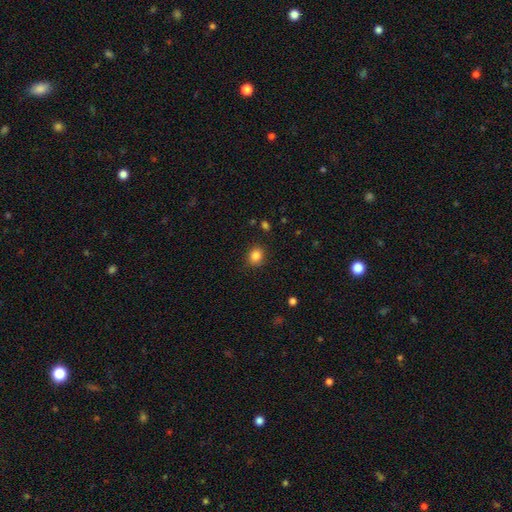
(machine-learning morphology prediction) The model was most divided on "how rounded": round: 69%, in between: 30%, cigar-shaped: 1%. More confident: merging — none (88%); smooth or featured — smooth (85%).